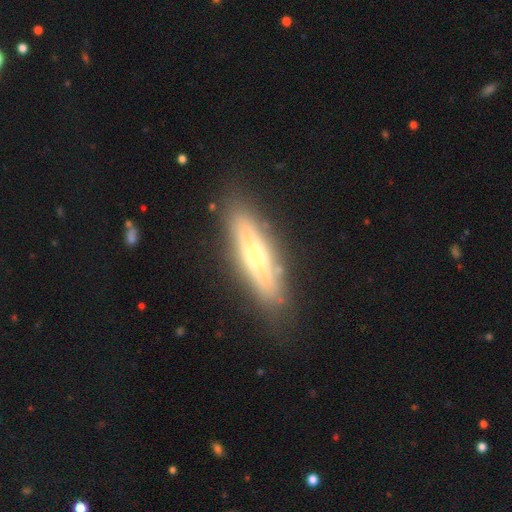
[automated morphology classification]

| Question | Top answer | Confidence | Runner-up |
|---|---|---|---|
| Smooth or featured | featured or disk | 61% | smooth (32%) |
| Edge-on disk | yes | 86% | no (14%) |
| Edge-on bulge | rounded | 61% | none (26%) |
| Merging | none | 80% | minor disturbance (14%) |